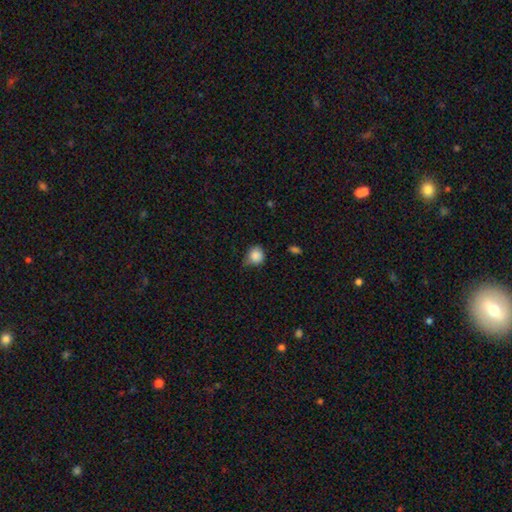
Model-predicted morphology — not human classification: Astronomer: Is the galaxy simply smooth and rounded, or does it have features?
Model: smooth — 86%.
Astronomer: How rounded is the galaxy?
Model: round — 85%.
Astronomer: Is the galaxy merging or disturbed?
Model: none — 55% (runner-up: minor disturbance, 35%).